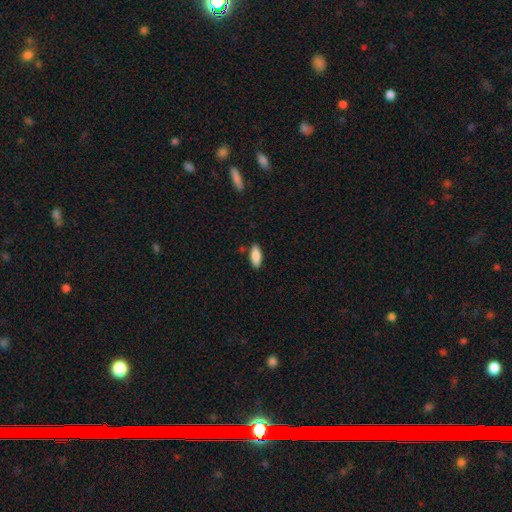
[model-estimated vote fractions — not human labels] Overall: smooth (88%). How rounded: in between (79%). Merging: none (84%).